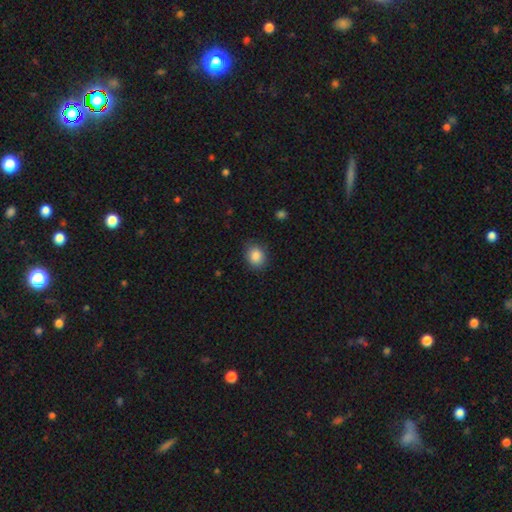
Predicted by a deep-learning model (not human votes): Morphology: type=smooth (87%); roundness=round (54%); merging=none (84%).